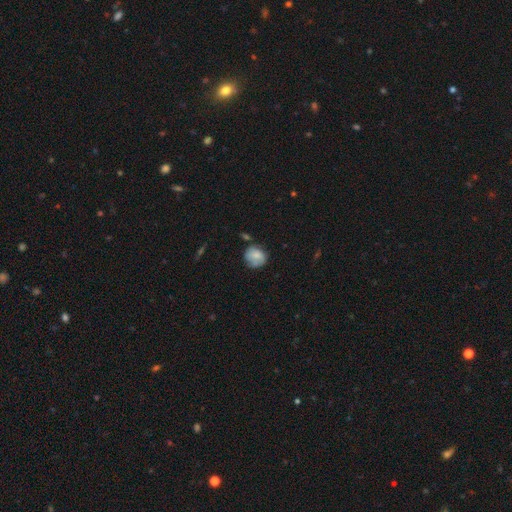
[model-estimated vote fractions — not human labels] This is likely a smooth galaxy (71%). How rounded: likely round (73%). Merging: possibly none (57%).